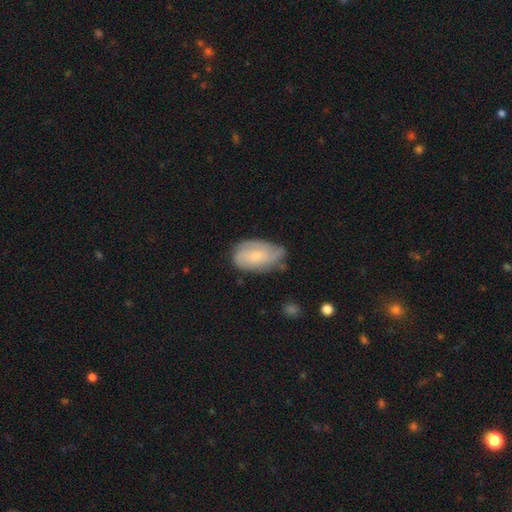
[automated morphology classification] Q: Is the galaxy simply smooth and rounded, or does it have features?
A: smooth — 49%.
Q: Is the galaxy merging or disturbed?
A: none — 53%.